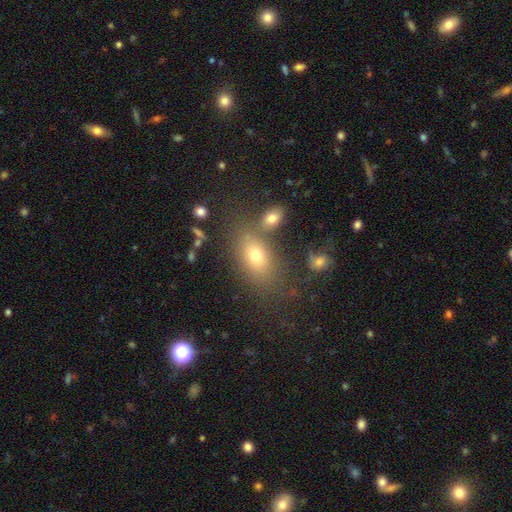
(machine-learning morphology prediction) This is likely a smooth galaxy (69%). How rounded: clearly in between (82%). Merging: likely none (67%).